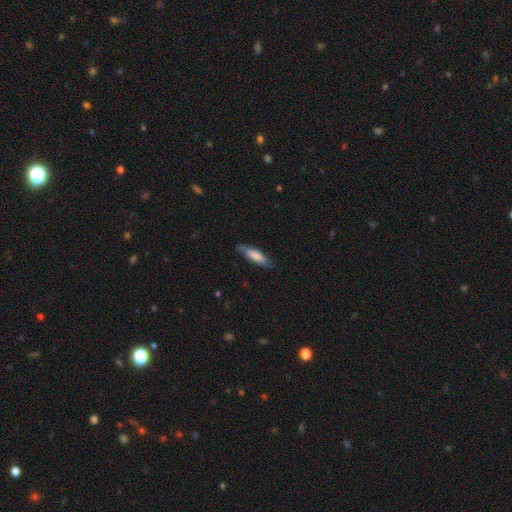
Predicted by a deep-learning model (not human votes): Q: Smooth or featured?
A: smooth (72%); runner-up: featured or disk (22%)
Q: How rounded?
A: cigar-shaped (65%); runner-up: in between (34%)
Q: Merging?
A: none (77%); runner-up: minor disturbance (19%)